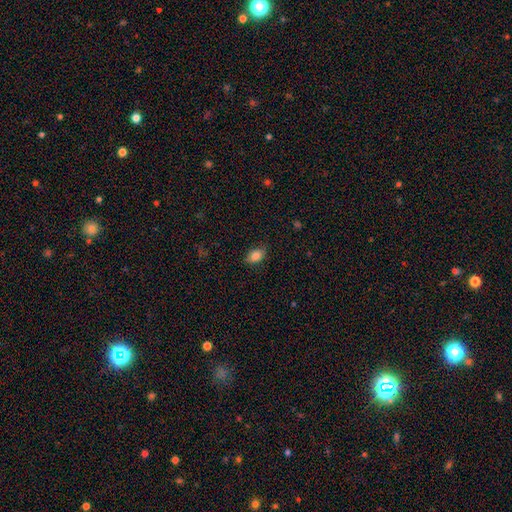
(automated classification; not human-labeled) The model was most divided on "merging": none: 79%, minor disturbance: 17%, major disturbance: 3%, merger: 1%. More confident: smooth or featured — smooth (84%); how rounded — in between (82%).